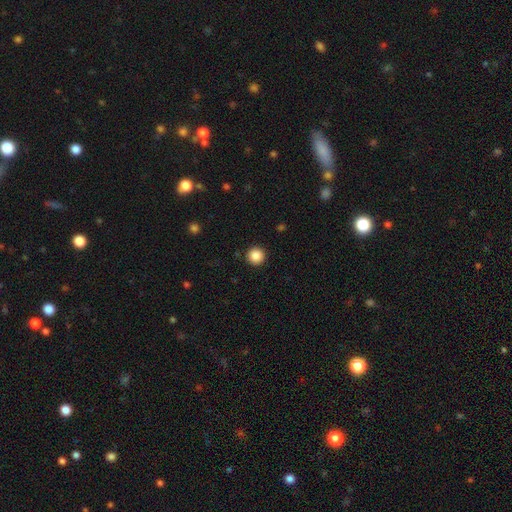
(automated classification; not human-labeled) Smooth or featured? Predicted: smooth (p=0.86). How rounded? Predicted: round (p=0.96). Merging? Predicted: none (p=0.93).